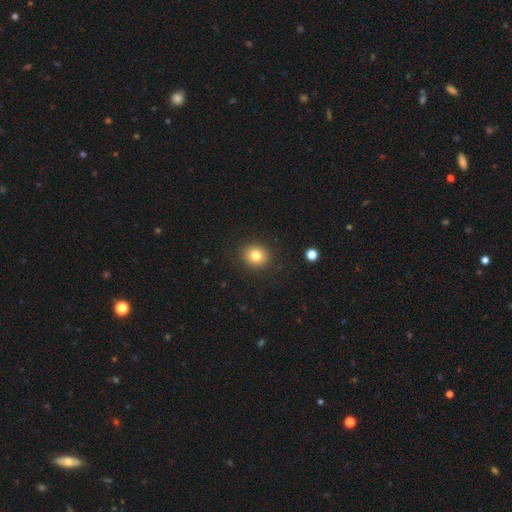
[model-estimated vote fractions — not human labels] smooth-or-featured: smooth: 80% | star or artifact: 12% | featured or disk: 9%
  how-rounded: round: 84% | in between: 15% | cigar-shaped: 1%
  merging: none: 90% | minor disturbance: 6% | major disturbance: 2% | merger: 1%